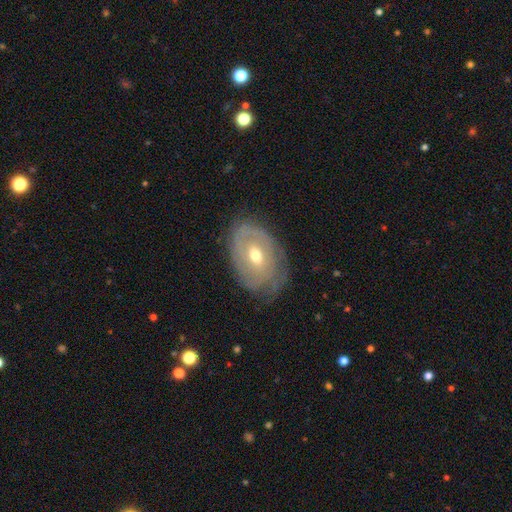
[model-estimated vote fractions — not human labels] Overall: featured or disk (71%). Edge-on disk: no (94%). Bar: no (52%; weak 39%). Spiral arms: yes (74%). Bulge size: moderate (59%; small 37%). Merging: none (66%).